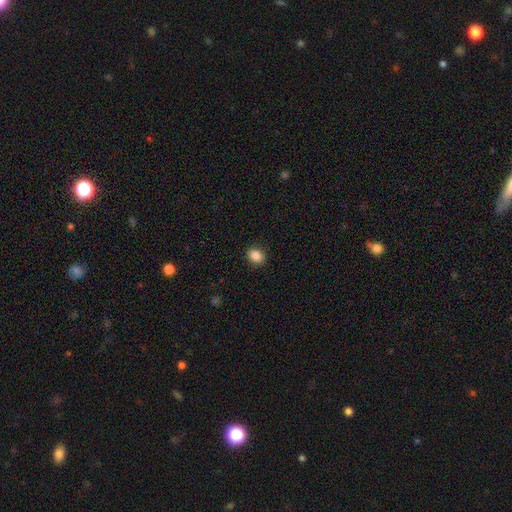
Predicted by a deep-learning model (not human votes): The model was most divided on "how rounded": round: 50%, in between: 49%, cigar-shaped: 1%. More confident: merging — none (90%); smooth or featured — smooth (87%).